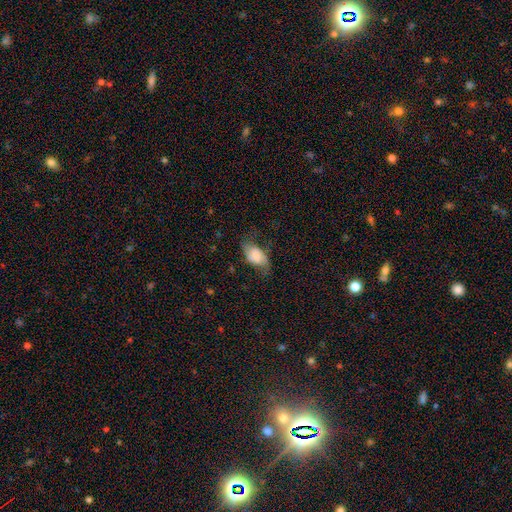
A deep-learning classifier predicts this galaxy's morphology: smooth 54%, featured or disk 37%, star or artifact 9%. Down the decision tree: how rounded — in between (91%); merging — none (50%).